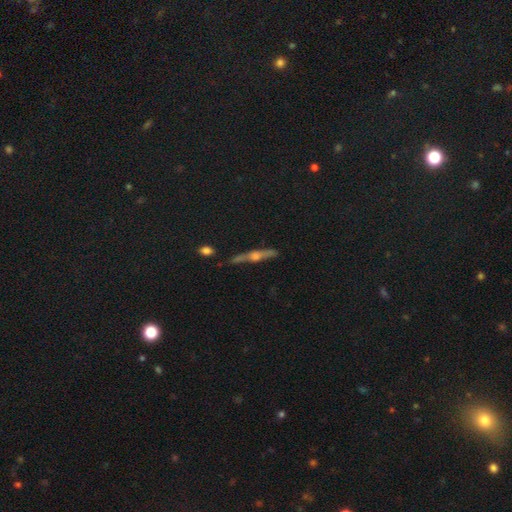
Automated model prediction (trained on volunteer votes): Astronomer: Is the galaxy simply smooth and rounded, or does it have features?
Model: featured or disk — 73%.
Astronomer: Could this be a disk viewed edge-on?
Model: yes — 96%.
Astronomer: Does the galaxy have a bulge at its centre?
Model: rounded — 89%.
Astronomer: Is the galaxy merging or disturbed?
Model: none — 81%.